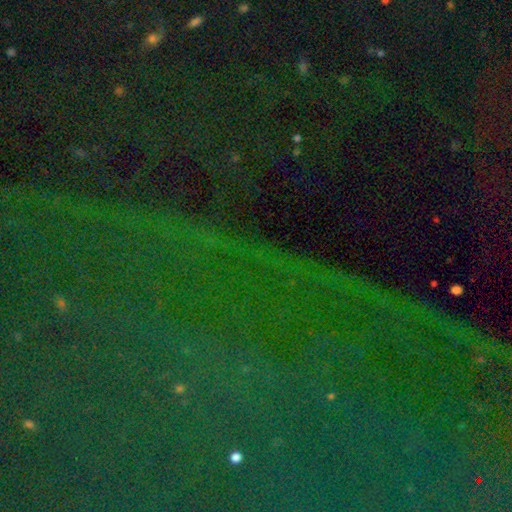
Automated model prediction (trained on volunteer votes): smooth-or-featured: star or artifact: 84% | smooth: 8% | featured or disk: 8%